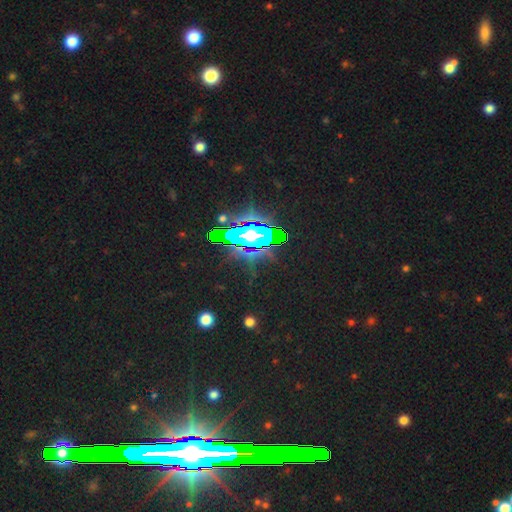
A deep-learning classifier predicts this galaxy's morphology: type=star or artifact (84%).